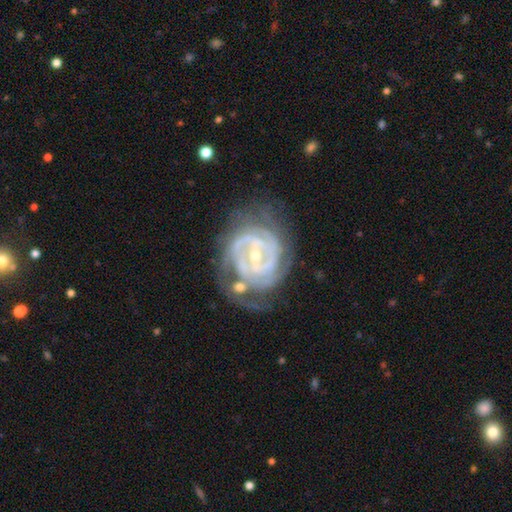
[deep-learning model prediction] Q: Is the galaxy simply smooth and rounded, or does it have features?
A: featured or disk — 89%.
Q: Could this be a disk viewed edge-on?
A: no — 97%.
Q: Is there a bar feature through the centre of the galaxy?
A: weak — 47%.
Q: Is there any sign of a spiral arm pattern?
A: yes — 96%.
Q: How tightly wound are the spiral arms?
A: tight — 71%.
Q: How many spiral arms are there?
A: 2 — 29%.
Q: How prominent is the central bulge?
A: small — 64%.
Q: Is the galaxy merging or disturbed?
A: none — 58%.